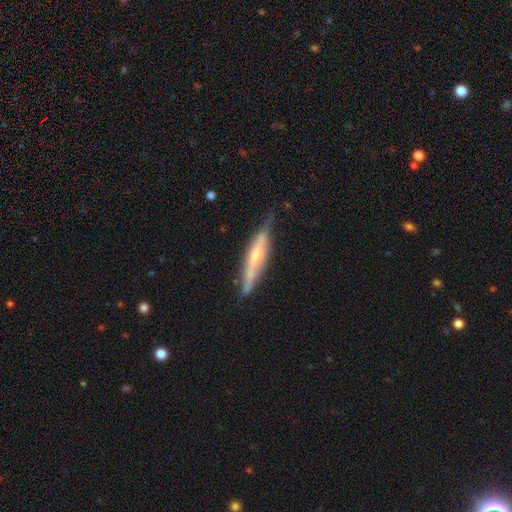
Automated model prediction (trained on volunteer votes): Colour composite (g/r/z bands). It shows a featured or disk galaxy (59%) viewed edge-on (87%) with a rounded central bulge (68%). Merging: none (69%).